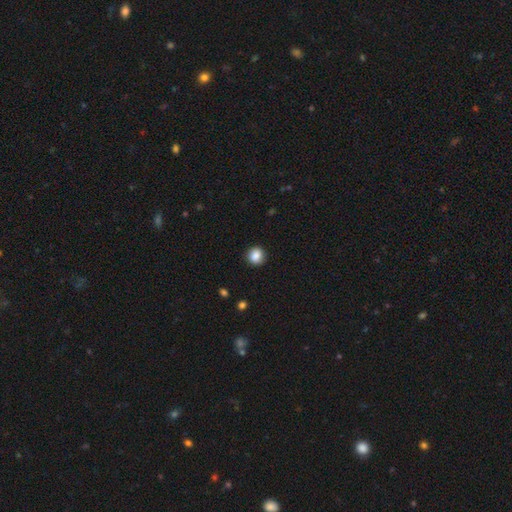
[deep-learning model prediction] A smooth galaxy with no disk features (86%) that is round (83%). Merging: none (89%).